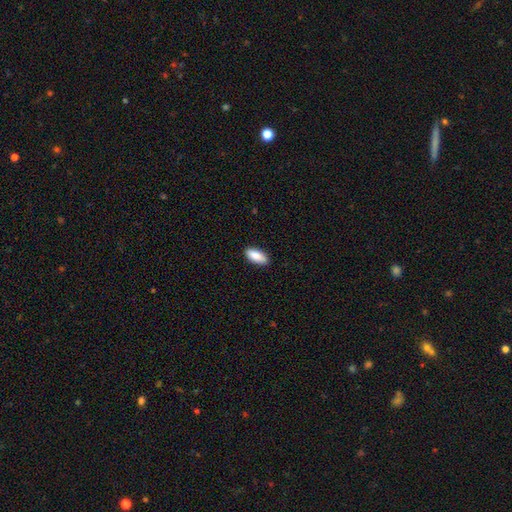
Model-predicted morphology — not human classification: smooth-or-featured: smooth: 87% | featured or disk: 6% | star or artifact: 6%
  how-rounded: in between: 86% | cigar-shaped: 12% | round: 2%
  merging: none: 88% | minor disturbance: 9% | major disturbance: 2% | merger: 1%